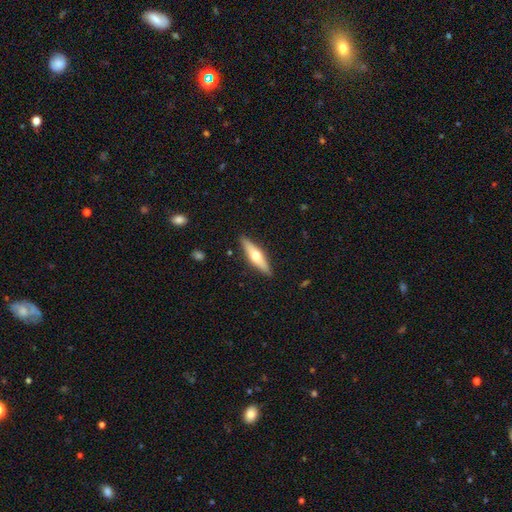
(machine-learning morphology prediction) featured or disk 57%, smooth 38%, star or artifact 5%. Down the decision tree: edge-on disk — yes (93%); edge-on bulge — rounded (94%); merging — none (89%).